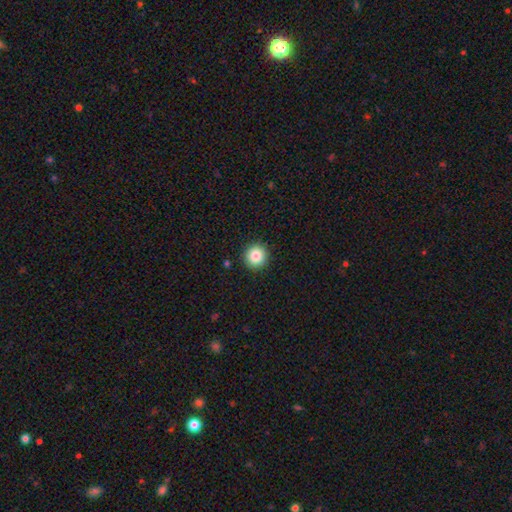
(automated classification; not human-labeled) This is clearly a smooth galaxy (85%). How rounded: clearly round (94%). Merging: clearly none (92%).